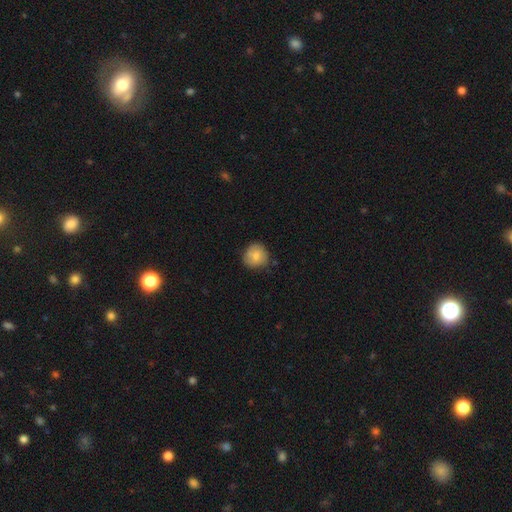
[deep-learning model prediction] This appears to be a smooth galaxy with no disk features (76%) that is round (87%). Merging: none (72%).